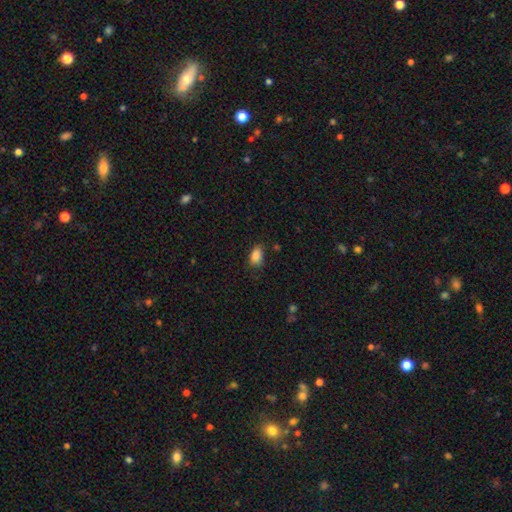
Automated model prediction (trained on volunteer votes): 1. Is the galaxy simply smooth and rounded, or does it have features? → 86% smooth, 9% star or artifact, 5% featured or disk.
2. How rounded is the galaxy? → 87% in between, 11% round, 2% cigar-shaped.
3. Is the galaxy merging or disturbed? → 75% none, 19% minor disturbance, 4% major disturbance, 2% merger.